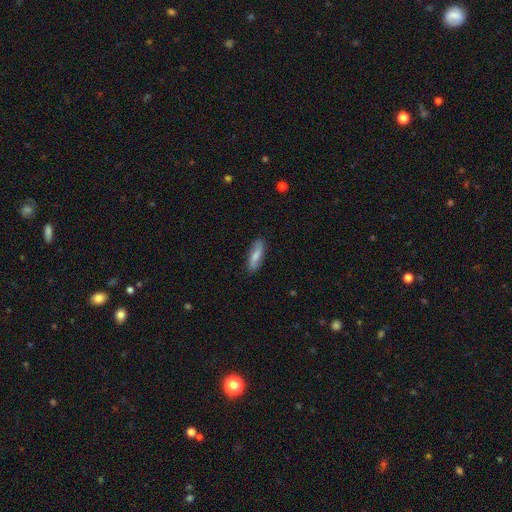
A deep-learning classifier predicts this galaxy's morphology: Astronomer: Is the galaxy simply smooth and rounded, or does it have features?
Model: smooth — 69%.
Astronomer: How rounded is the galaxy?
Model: cigar-shaped — 50% (runner-up: in between, 48%).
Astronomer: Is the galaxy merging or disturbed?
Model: none — 84%.